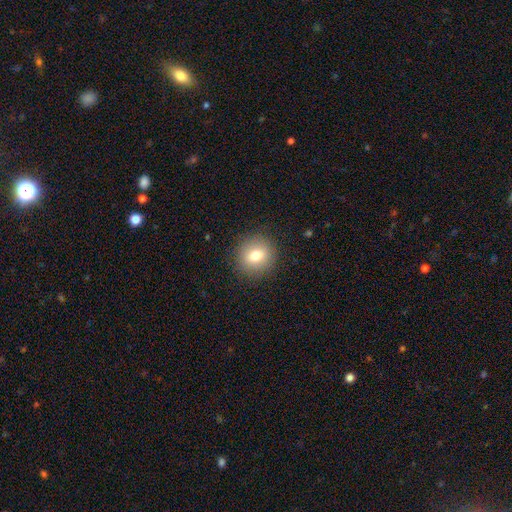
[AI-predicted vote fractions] This appears to be a smooth galaxy with no disk features (76%) that is round (86%). Merging: none (89%).